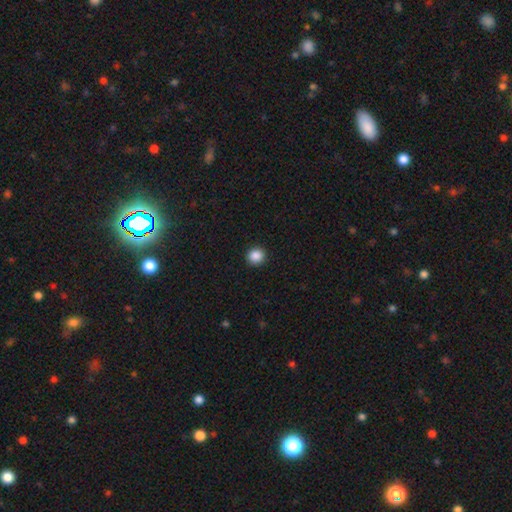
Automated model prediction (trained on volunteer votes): Smooth or featured?
  - smooth: 88% *
  - star or artifact: 10%
  - featured or disk: 3%
How rounded?
  - round: 92% *
  - in between: 7%
  - cigar-shaped: 1%
Merging?
  - none: 93% *
  - minor disturbance: 5%
  - major disturbance: 2%
  - merger: 1%